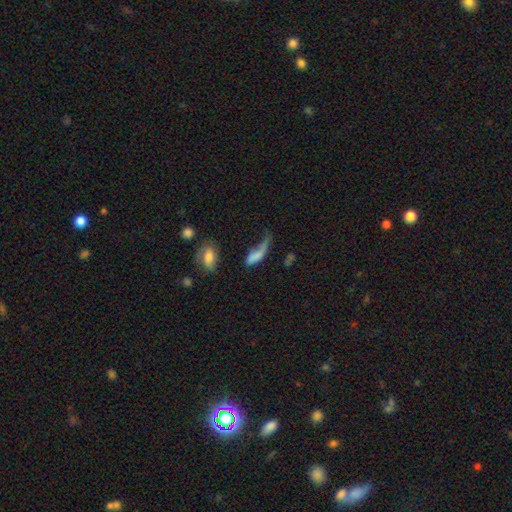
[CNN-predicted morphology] A smooth galaxy with no disk features (66%) that is in between round and cigar-shaped (65%).

Vote fractions:
- Smooth or featured? smooth: 66% / featured or disk: 24% / star or artifact: 10%
- How rounded? in between: 65% / cigar-shaped: 30% / round: 5%
- Merging? major disturbance: 44% / minor disturbance: 25% / none: 21% / merger: 9%